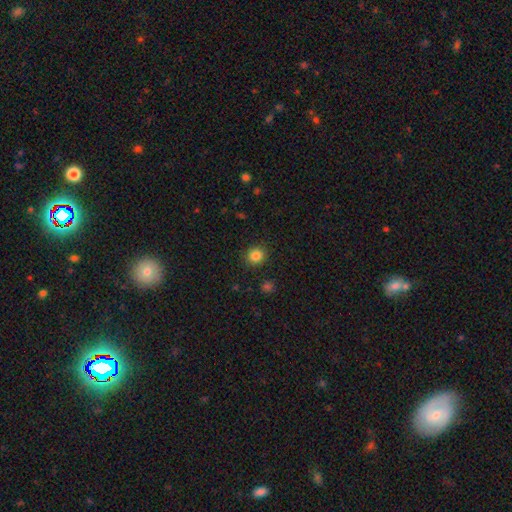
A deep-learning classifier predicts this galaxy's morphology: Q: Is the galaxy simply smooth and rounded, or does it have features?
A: smooth — 84%.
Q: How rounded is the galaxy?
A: round — 87%.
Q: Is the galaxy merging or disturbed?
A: none — 91%.